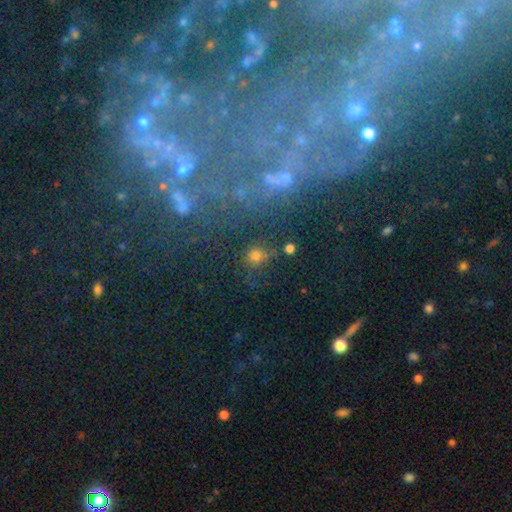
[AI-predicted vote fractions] Smooth or featured?
  - smooth: 61% *
  - star or artifact: 25%
  - featured or disk: 13%
How rounded?
  - round: 87% *
  - in between: 12%
  - cigar-shaped: 2%
Merging?
  - none: 66% *
  - minor disturbance: 13%
  - major disturbance: 11%
  - merger: 9%